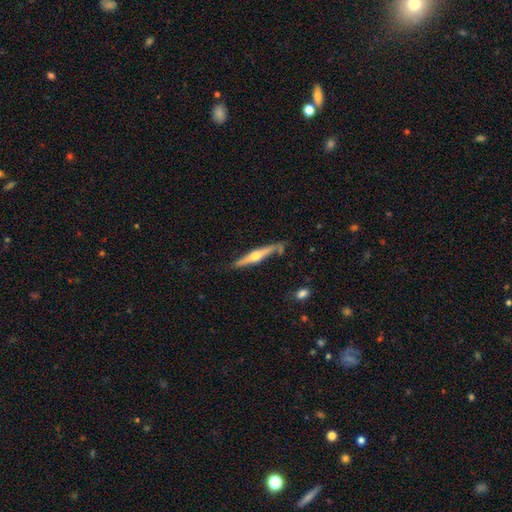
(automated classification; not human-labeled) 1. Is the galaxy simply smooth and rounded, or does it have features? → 64% featured or disk, 31% smooth, 5% star or artifact.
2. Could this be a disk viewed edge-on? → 97% yes, 3% no.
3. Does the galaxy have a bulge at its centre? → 90% rounded, 6% none, 4% boxy.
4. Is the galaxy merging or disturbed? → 77% none, 16% minor disturbance, 4% merger, 3% major disturbance.